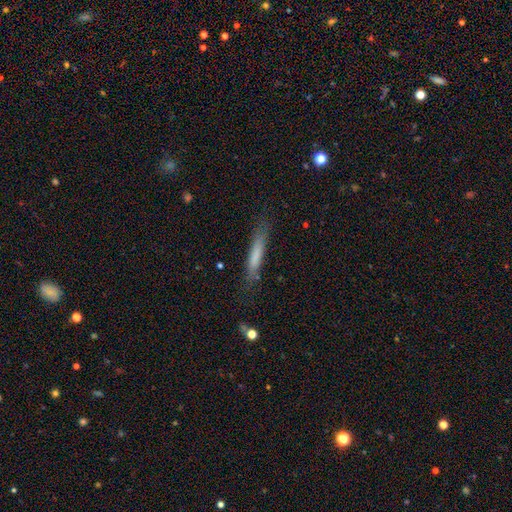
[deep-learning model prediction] A smooth galaxy with no disk features (69%) that is cigar-shaped (92%). Merging: none (77%).